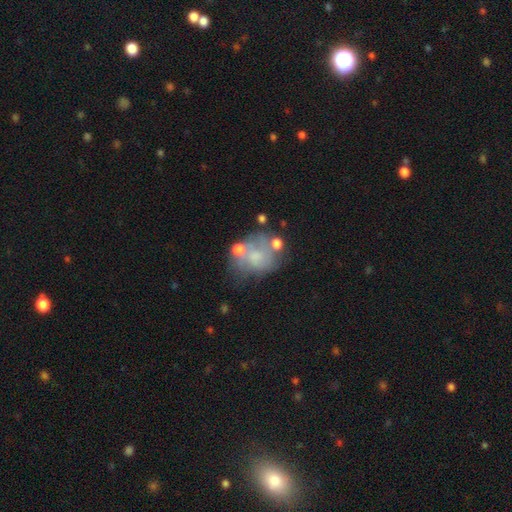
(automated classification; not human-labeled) featured or disk 47%, smooth 40%, star or artifact 13%. Down the decision tree: merging — none (37%).